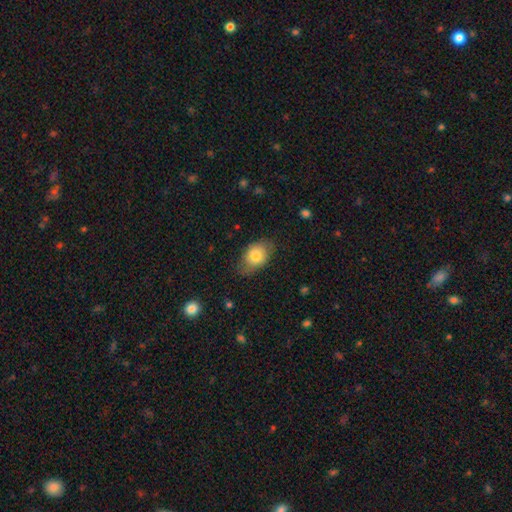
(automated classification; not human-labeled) Smooth or featured?
  - smooth: 78% *
  - featured or disk: 15%
  - star or artifact: 7%
How rounded?
  - in between: 81% *
  - round: 17%
  - cigar-shaped: 1%
Merging?
  - none: 66% *
  - minor disturbance: 25%
  - major disturbance: 8%
  - merger: 1%